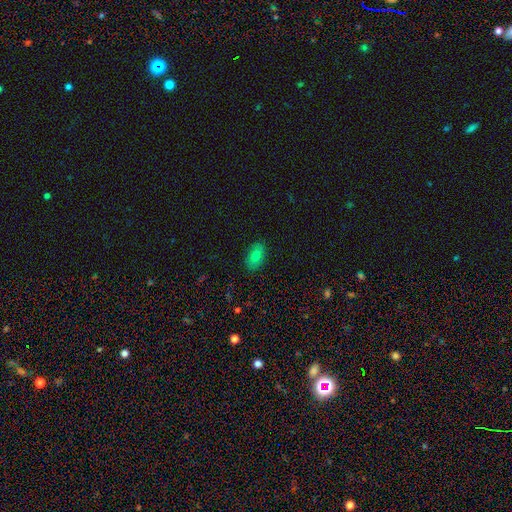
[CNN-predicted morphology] smooth 76%, featured or disk 15%, star or artifact 9%. Down the decision tree: how rounded — in between (90%); merging — none (87%).